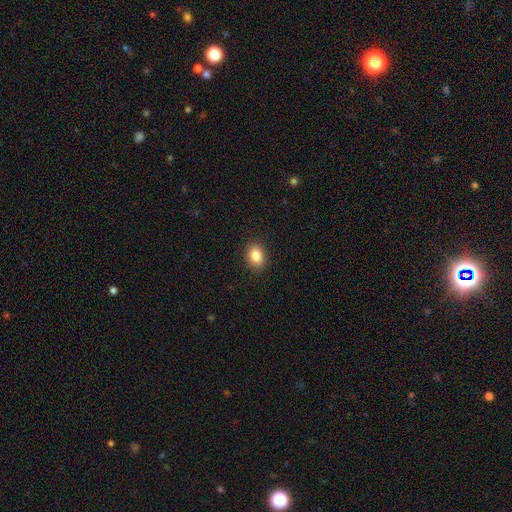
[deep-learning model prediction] A smooth galaxy with no disk features (85%) that is in between round and cigar-shaped (64%).

Vote fractions:
- Smooth or featured? smooth: 85% / star or artifact: 9% / featured or disk: 5%
- How rounded? in between: 64% / round: 35% / cigar-shaped: 1%
- Merging? none: 90% / minor disturbance: 7% / major disturbance: 2% / merger: 1%